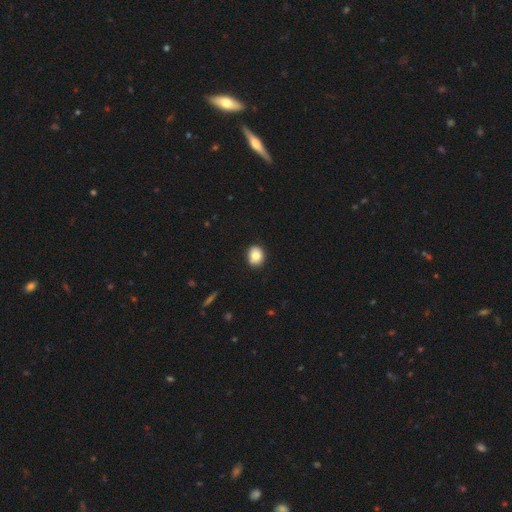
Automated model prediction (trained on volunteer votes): Overall: smooth (81%). How rounded: round (56%; in between 43%). Merging: none (86%).